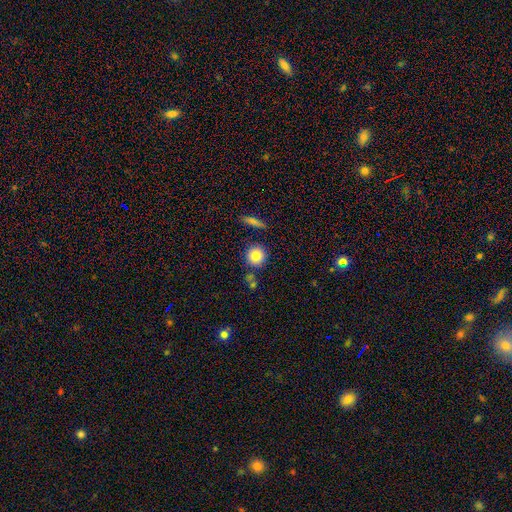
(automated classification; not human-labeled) Smooth or featured: smooth — 80% (featured or disk — 10%)
How rounded: round — 90% (in between — 8%)
Merging: none — 80% (minor disturbance — 10%)